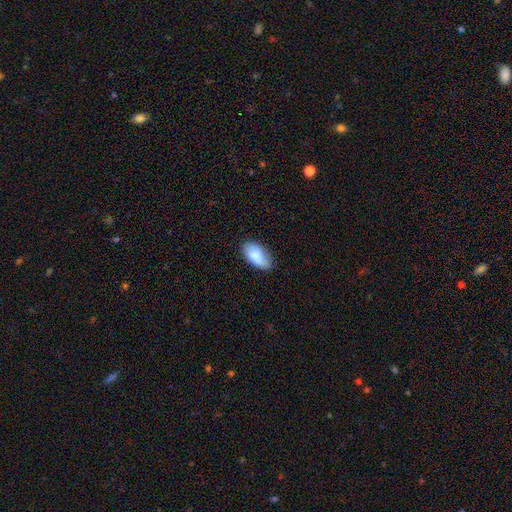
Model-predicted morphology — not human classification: smooth_or_featured: smooth (p=0.84) [alt: featured or disk p=0.10]
how_rounded: in between (p=0.94) [alt: cigar-shaped p=0.03]
merging: none (p=0.74) [alt: minor disturbance p=0.21]